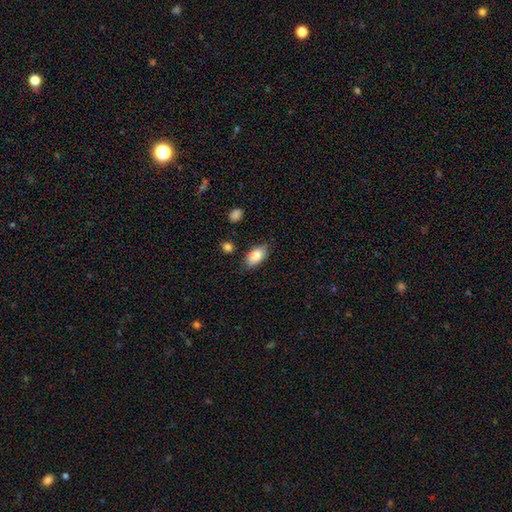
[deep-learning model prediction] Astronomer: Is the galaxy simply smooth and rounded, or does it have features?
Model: smooth — 84%.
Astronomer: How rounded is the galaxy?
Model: in between — 92%.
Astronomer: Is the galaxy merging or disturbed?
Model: none — 78%.